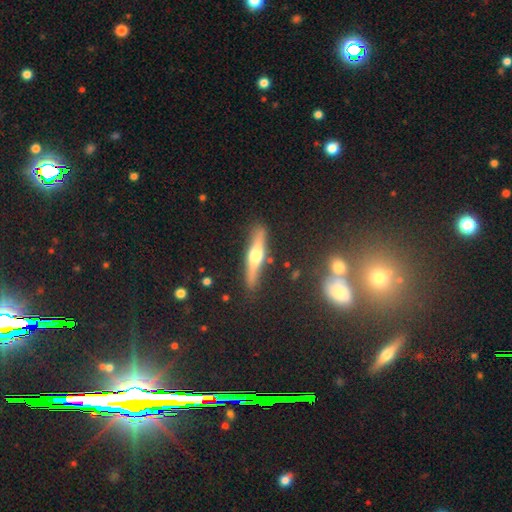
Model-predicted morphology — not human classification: A featured or disk galaxy (61%) viewed edge-on (94%) with a rounded central bulge (92%). Merging: none (86%).